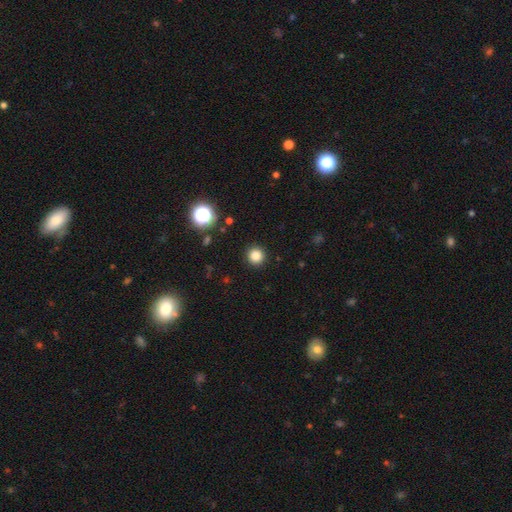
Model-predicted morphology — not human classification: The model was most divided on "smooth or featured": smooth: 83%, star or artifact: 13%, featured or disk: 4%. More confident: how rounded — round (95%); merging — none (92%).